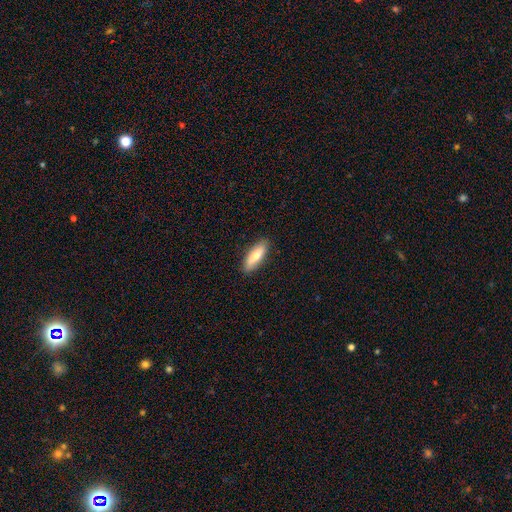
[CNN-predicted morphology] smooth 72%, featured or disk 22%, star or artifact 6%. Down the decision tree: how rounded — in between (53%); merging — none (88%).